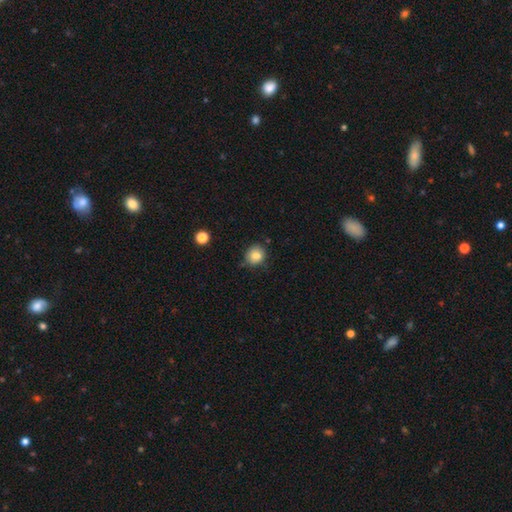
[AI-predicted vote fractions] smooth-or-featured: smooth: 83% | star or artifact: 10% | featured or disk: 6%
  how-rounded: round: 78% | in between: 21% | cigar-shaped: 1%
  merging: none: 77% | minor disturbance: 17% | major disturbance: 3% | merger: 3%